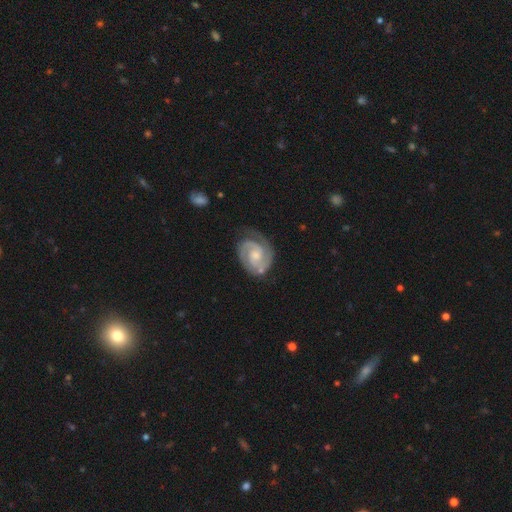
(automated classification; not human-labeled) Q: Smooth or featured?
A: featured or disk (88%); runner-up: smooth (7%)
Q: Edge-on disk?
A: no (98%); runner-up: yes (2%)
Q: Bar?
A: no (58%); runner-up: weak (35%)
Q: Spiral arms?
A: yes (98%); runner-up: no (2%)
Q: Spiral winding?
A: tight (60%); runner-up: medium (34%)
Q: Spiral arm count?
A: 2 (82%); runner-up: 3 (6%)
Q: Bulge size?
A: moderate (46%); runner-up: small (41%)
Q: Merging?
A: none (68%); runner-up: minor disturbance (20%)